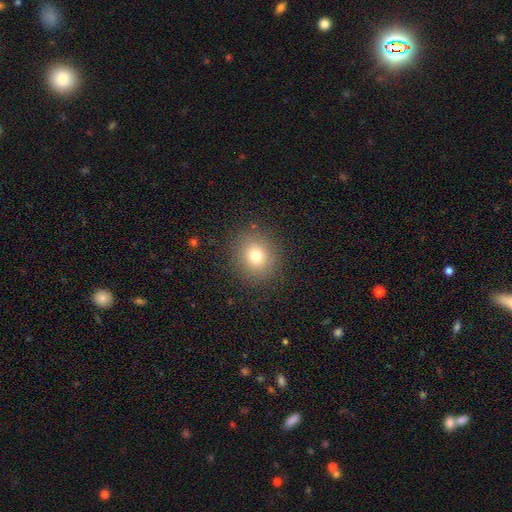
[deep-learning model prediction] Morphology: type=smooth (76%); roundness=round (82%); merging=none (87%).